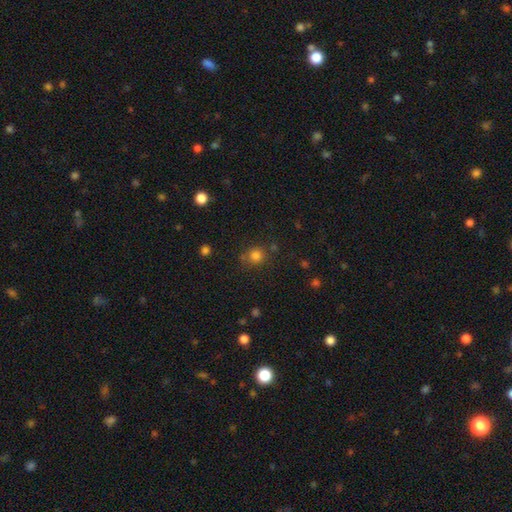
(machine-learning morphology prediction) Smooth or featured: smooth — 80% (star or artifact — 15%)
How rounded: round — 88% (in between — 12%)
Merging: none — 76% (minor disturbance — 12%)